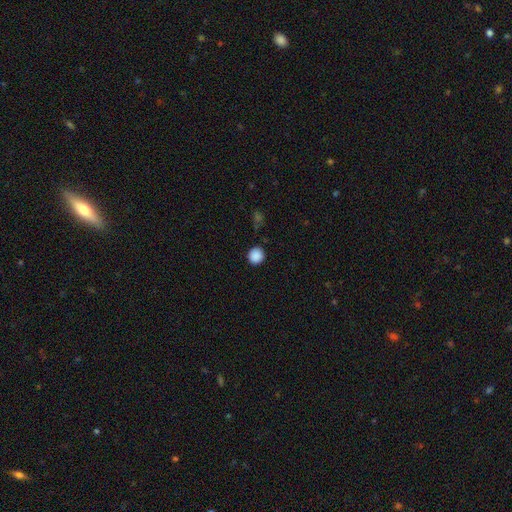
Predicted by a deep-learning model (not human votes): Q: Smooth or featured?
A: smooth (88%); runner-up: star or artifact (9%)
Q: How rounded?
A: round (91%); runner-up: in between (8%)
Q: Merging?
A: none (90%); runner-up: minor disturbance (7%)